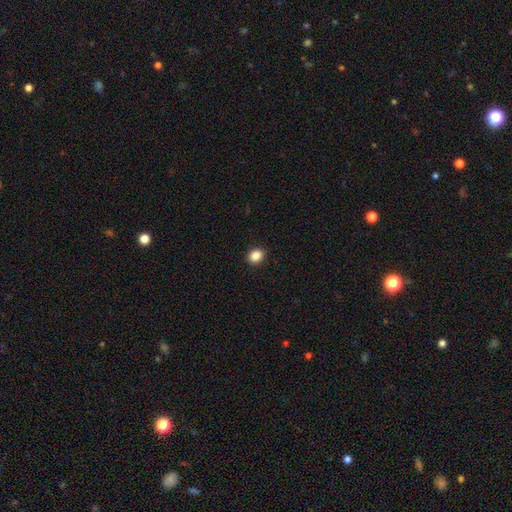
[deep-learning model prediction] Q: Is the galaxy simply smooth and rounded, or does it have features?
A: smooth — 87%.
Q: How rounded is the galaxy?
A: round — 61%.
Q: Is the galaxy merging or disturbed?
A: none — 92%.